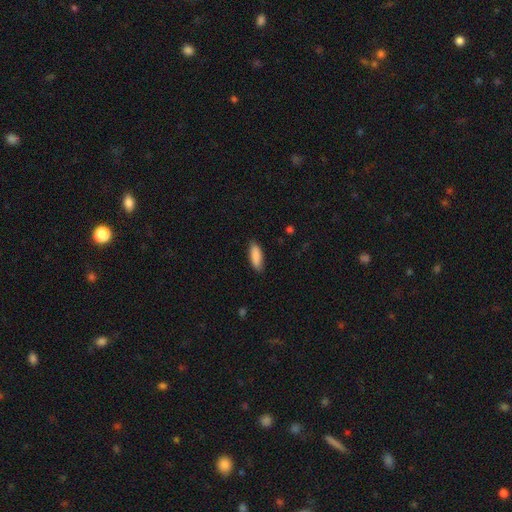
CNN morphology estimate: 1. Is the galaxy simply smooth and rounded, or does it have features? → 87% smooth, 7% featured or disk, 6% star or artifact.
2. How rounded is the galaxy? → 62% in between, 36% cigar-shaped, 2% round.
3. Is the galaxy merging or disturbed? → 84% none, 13% minor disturbance, 2% major disturbance, 1% merger.